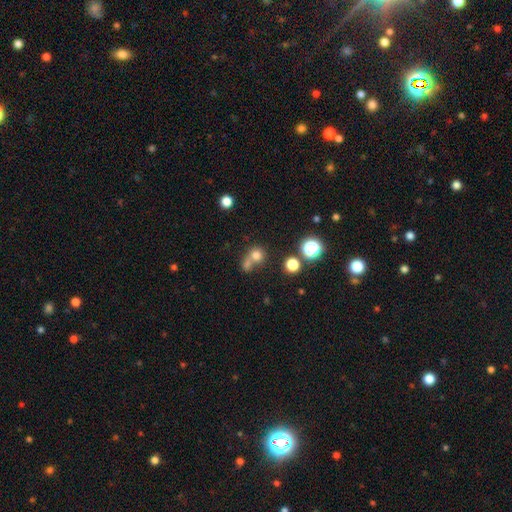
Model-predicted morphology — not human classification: Smooth or featured?
  - smooth: 72% *
  - star or artifact: 18%
  - featured or disk: 11%
How rounded?
  - round: 84% *
  - in between: 15%
  - cigar-shaped: 1%
Merging?
  - none: 44% *
  - merger: 42%
  - minor disturbance: 8%
  - major disturbance: 6%